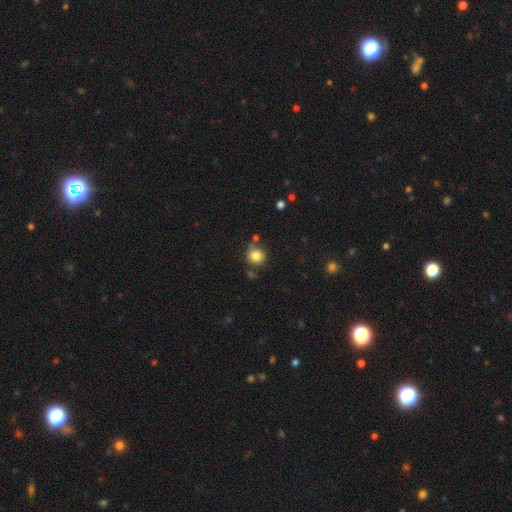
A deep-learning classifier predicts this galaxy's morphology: This appears to be a smooth galaxy with no disk features (83%) that is round (86%). Merging: none (72%).